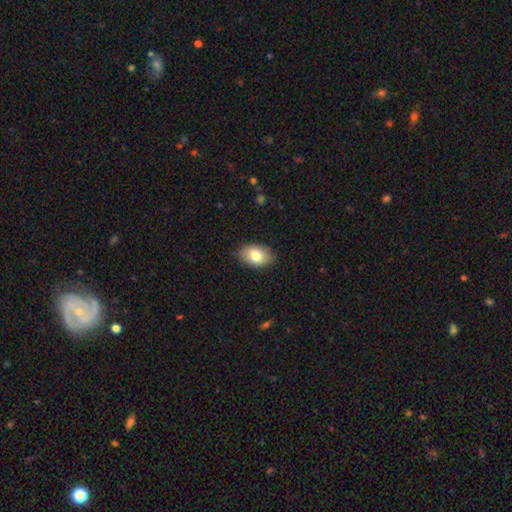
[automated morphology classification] smooth_or_featured: smooth (p=0.82) [alt: featured or disk p=0.11]
how_rounded: in between (p=0.87) [alt: round p=0.11]
merging: none (p=0.85) [alt: minor disturbance p=0.11]